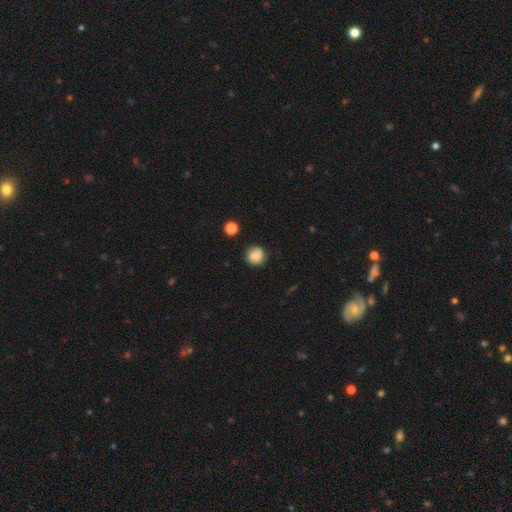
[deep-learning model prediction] smooth 79%, featured or disk 11%, star or artifact 9%. Down the decision tree: how rounded — round (91%); merging — none (82%).